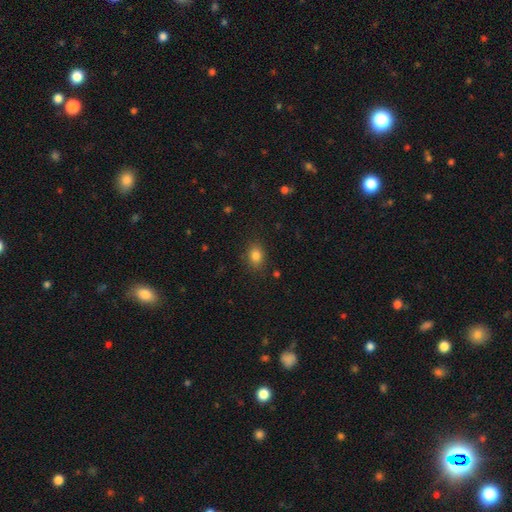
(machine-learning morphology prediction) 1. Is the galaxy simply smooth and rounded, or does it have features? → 83% smooth, 11% star or artifact, 6% featured or disk.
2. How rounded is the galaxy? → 59% in between, 40% round, 1% cigar-shaped.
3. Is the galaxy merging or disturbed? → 85% none, 11% minor disturbance, 3% major disturbance, 2% merger.